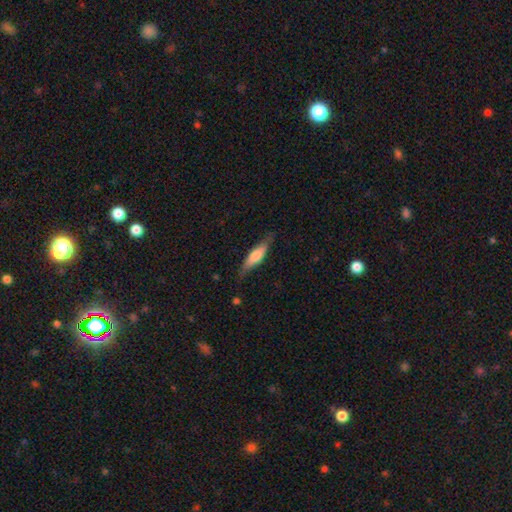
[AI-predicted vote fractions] smooth-or-featured: smooth: 57% | featured or disk: 37% | star or artifact: 6%
  how-rounded: cigar-shaped: 64% | in between: 34% | round: 2%
  merging: none: 75% | minor disturbance: 19% | major disturbance: 4% | merger: 1%